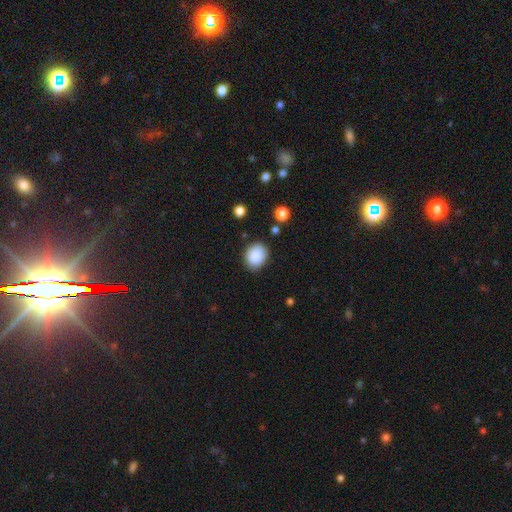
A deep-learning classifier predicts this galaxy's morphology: The model was most divided on "how rounded": round: 61%, in between: 39%, cigar-shaped: 1%. More confident: smooth or featured — smooth (88%); merging — none (82%).